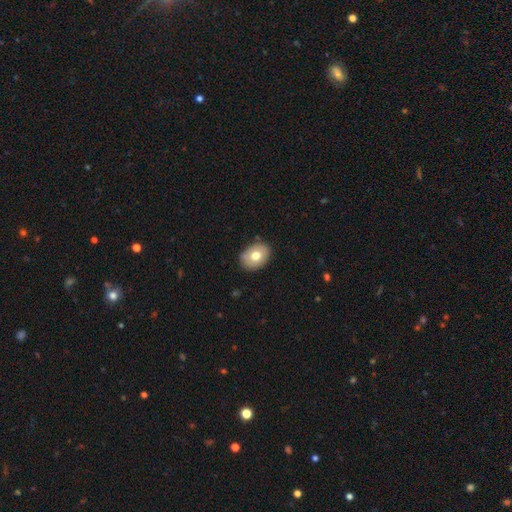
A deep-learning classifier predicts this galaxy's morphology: Smooth or featured?
  - smooth: 72% *
  - featured or disk: 21%
  - star or artifact: 7%
How rounded?
  - in between: 73% *
  - round: 26%
  - cigar-shaped: 1%
Merging?
  - none: 84% *
  - minor disturbance: 12%
  - major disturbance: 2%
  - merger: 1%